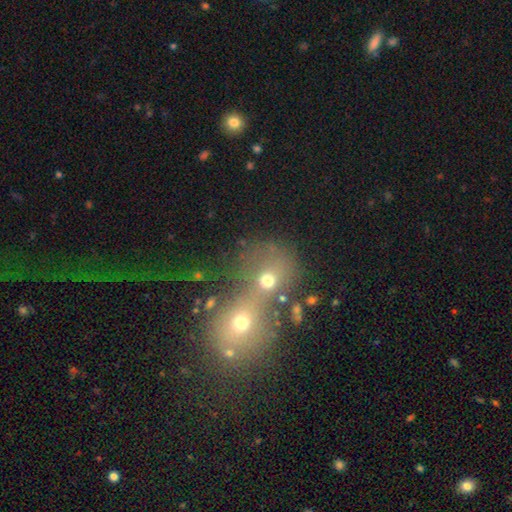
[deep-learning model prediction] The model was most divided on "smooth or featured": smooth: 54%, star or artifact: 26%, featured or disk: 19%. More confident: how rounded — round (74%); merging — merger (71%).